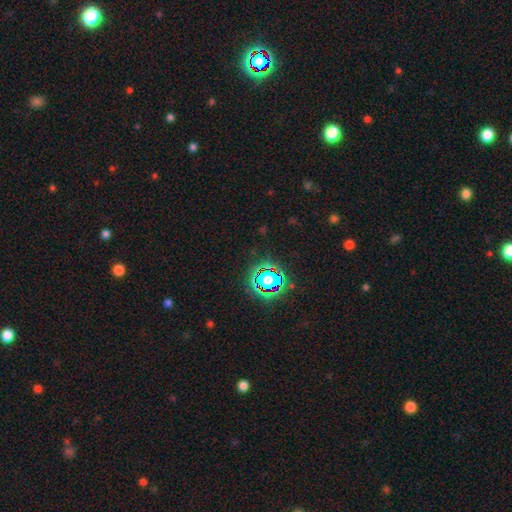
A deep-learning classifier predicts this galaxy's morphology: Smooth or featured: star or artifact — 78% (smooth — 14%)